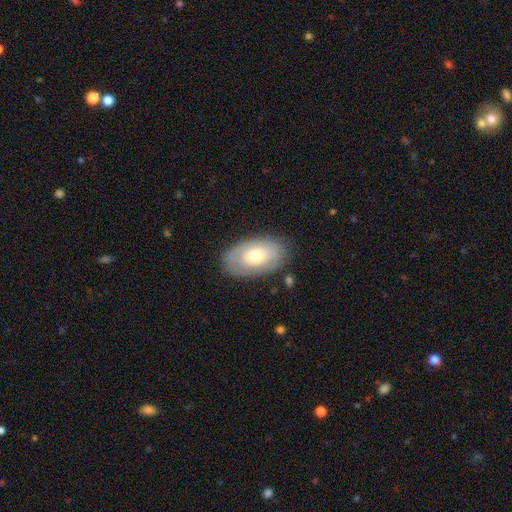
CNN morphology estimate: Smooth or featured? Predicted: smooth (p=0.51). How rounded? Predicted: in between (p=0.92). Merging? Predicted: none (p=0.80).